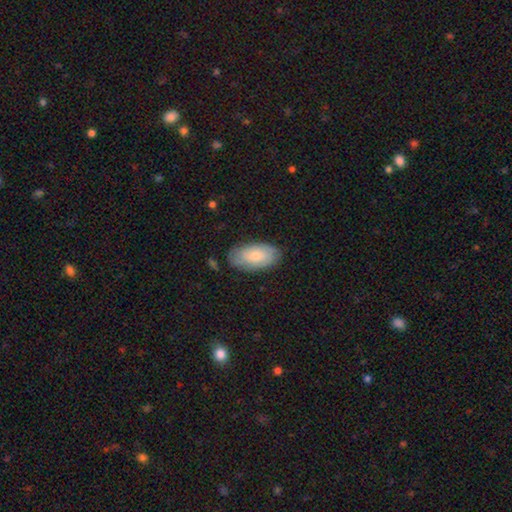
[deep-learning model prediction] Morphology: type=smooth (74%); roundness=in between (94%); merging=none (79%).